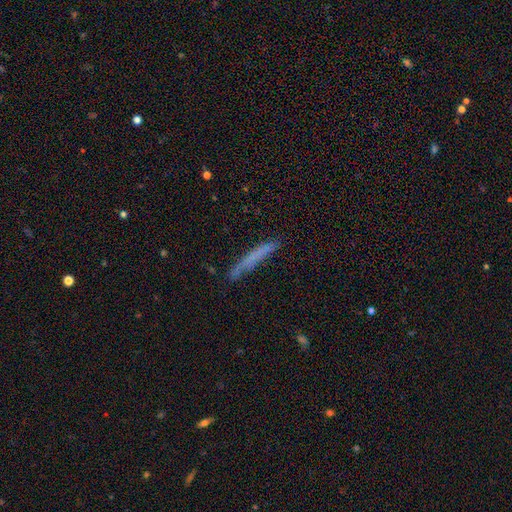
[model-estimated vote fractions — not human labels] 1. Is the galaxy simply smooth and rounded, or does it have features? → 61% smooth, 31% featured or disk, 8% star or artifact.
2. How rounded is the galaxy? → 95% cigar-shaped, 3% in between, 1% round.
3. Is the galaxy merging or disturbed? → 74% none, 19% minor disturbance, 4% major disturbance, 3% merger.